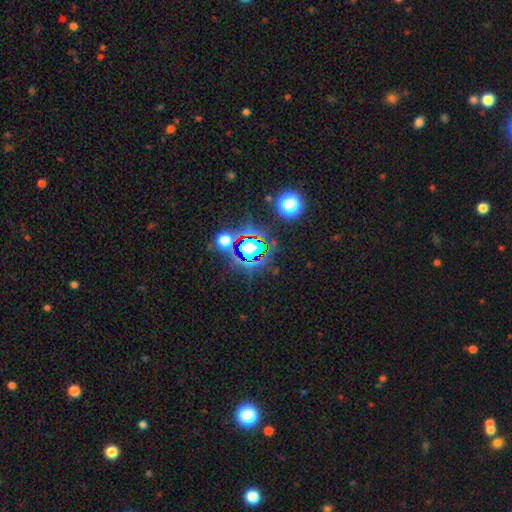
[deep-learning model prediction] smooth_or_featured: star or artifact (p=0.76) [alt: smooth p=0.16]